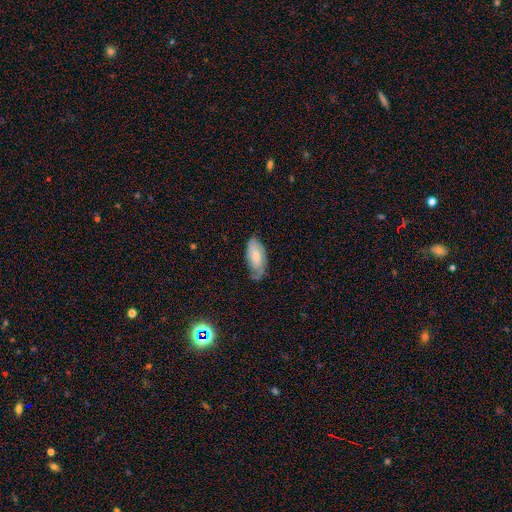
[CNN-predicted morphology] Overall: smooth (47%; featured or disk 46%). Merging: none (54%; minor disturbance 32%).